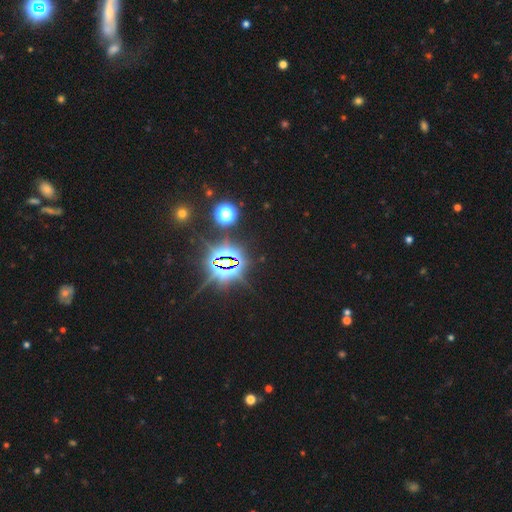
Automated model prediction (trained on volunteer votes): Smooth or featured? Predicted: star or artifact (p=0.84).